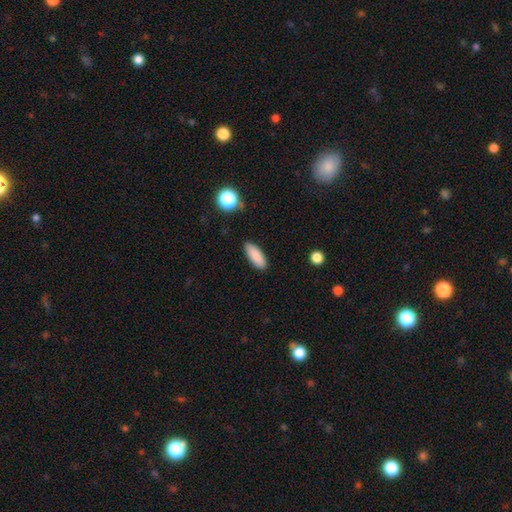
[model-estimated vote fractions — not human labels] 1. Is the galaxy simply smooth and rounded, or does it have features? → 88% smooth, 7% star or artifact, 5% featured or disk.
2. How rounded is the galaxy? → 72% in between, 26% cigar-shaped, 2% round.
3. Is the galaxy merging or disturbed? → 88% none, 9% minor disturbance, 2% major disturbance, 1% merger.